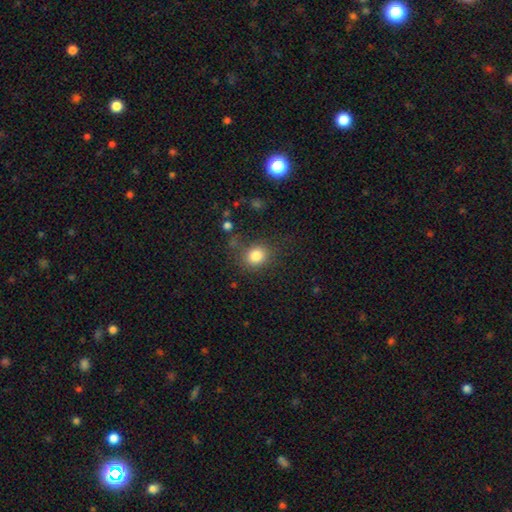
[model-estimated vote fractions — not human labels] A smooth galaxy with no disk features (83%) that is round (69%). Merging: none (74%).